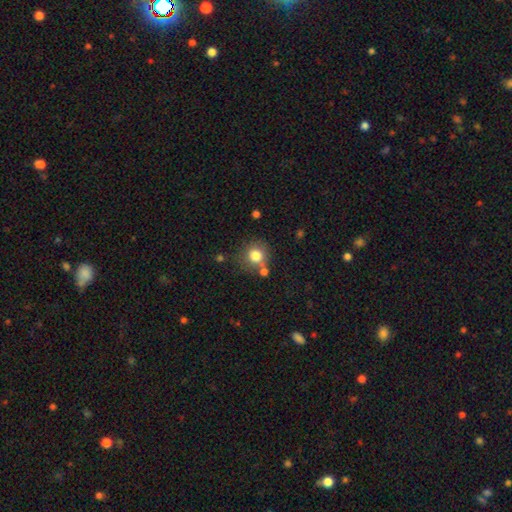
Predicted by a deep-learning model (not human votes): Q: Smooth or featured?
A: smooth (79%); runner-up: star or artifact (11%)
Q: How rounded?
A: round (89%); runner-up: in between (10%)
Q: Merging?
A: none (69%); runner-up: merger (14%)